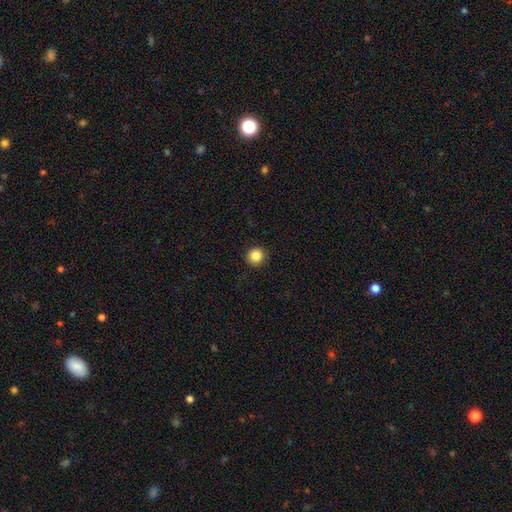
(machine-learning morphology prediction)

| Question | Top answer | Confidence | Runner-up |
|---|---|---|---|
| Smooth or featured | smooth | 85% | star or artifact (10%) |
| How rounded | round | 95% | in between (4%) |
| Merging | none | 93% | minor disturbance (5%) |